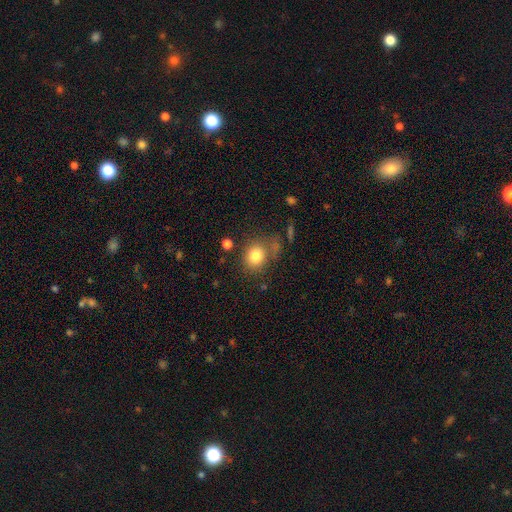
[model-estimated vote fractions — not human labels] The model was most divided on "how rounded": round: 59%, in between: 40%, cigar-shaped: 1%. More confident: smooth or featured — smooth (81%); merging — none (69%).